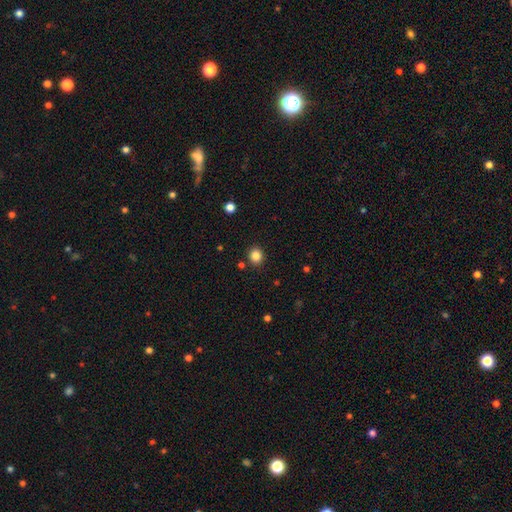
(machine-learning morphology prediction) smooth-or-featured: smooth: 84% | star or artifact: 12% | featured or disk: 4%
  how-rounded: round: 76% | in between: 23% | cigar-shaped: 1%
  merging: none: 88% | minor disturbance: 7% | merger: 2% | major disturbance: 2%